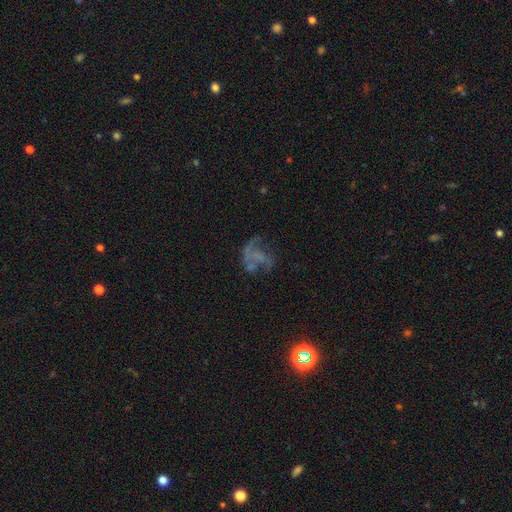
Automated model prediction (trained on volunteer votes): Smooth or featured? Predicted: featured or disk (p=0.58). Edge-on disk? Predicted: no (p=0.98). Bar? Predicted: no (p=0.81). Spiral arms? Predicted: no (p=0.55). Bulge size? Predicted: none (p=0.80). Merging? Predicted: none (p=0.39).